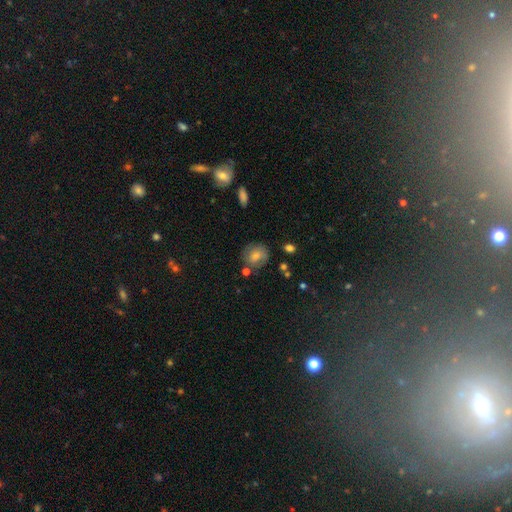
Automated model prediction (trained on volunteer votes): Overall: smooth (61%; featured or disk 29%). How rounded: round (76%). Merging: none (74%).